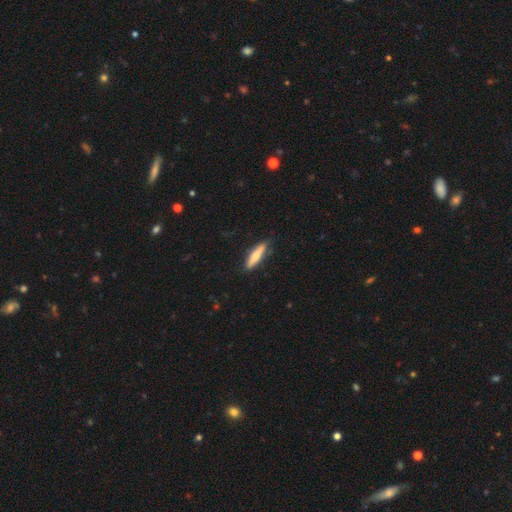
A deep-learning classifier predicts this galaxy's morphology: Smooth or featured? smooth (68%)
How rounded? cigar-shaped (77%)
Merging? none (83%)